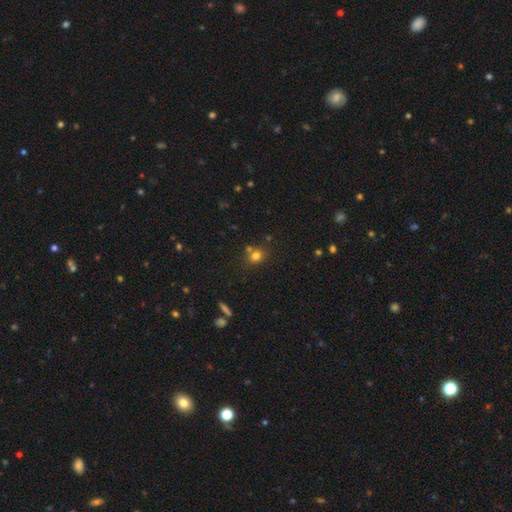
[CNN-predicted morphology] Smooth or featured?
  - smooth: 74% *
  - star or artifact: 16%
  - featured or disk: 10%
How rounded?
  - round: 71% *
  - in between: 28%
  - cigar-shaped: 1%
Merging?
  - none: 65% *
  - merger: 19%
  - minor disturbance: 12%
  - major disturbance: 4%